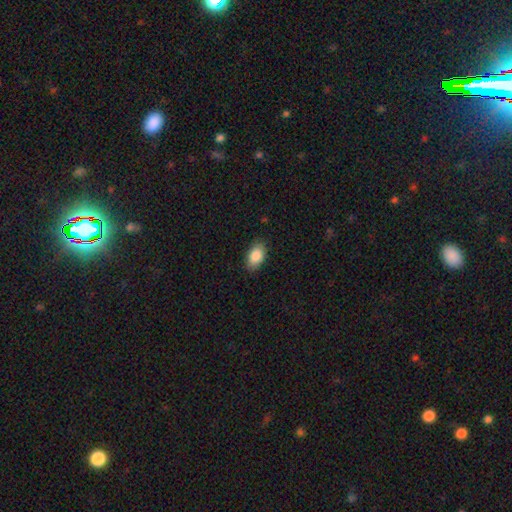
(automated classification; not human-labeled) Overall: smooth (87%). How rounded: in between (93%). Merging: none (86%).